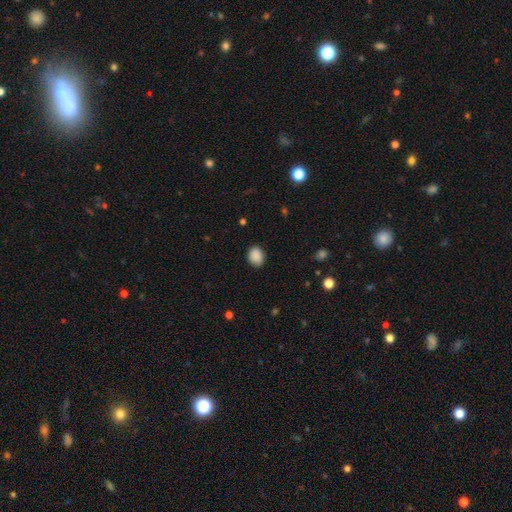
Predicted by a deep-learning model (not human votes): smooth_or_featured: smooth (p=0.89) [alt: star or artifact p=0.08]
how_rounded: in between (p=0.58) [alt: round p=0.41]
merging: none (p=0.86) [alt: minor disturbance p=0.10]